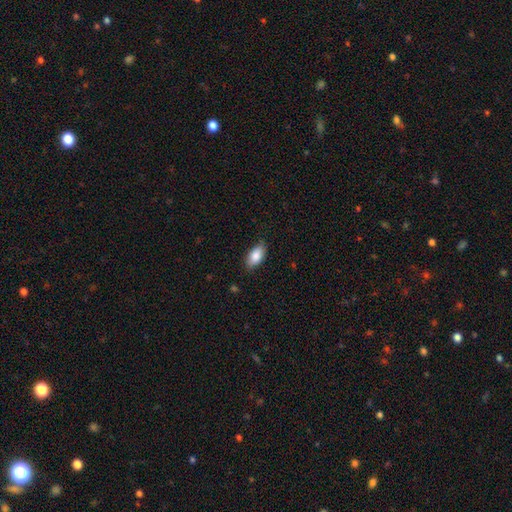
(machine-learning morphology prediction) Q: Smooth or featured?
A: smooth (85%); runner-up: featured or disk (9%)
Q: How rounded?
A: in between (91%); runner-up: cigar-shaped (6%)
Q: Merging?
A: none (83%); runner-up: minor disturbance (13%)